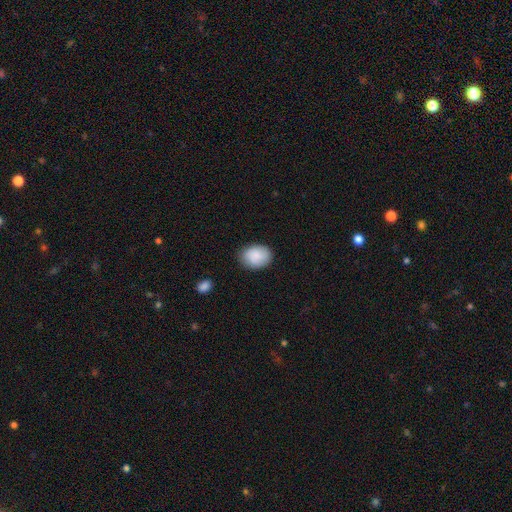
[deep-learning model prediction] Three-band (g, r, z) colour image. It shows a smooth galaxy with no disk features (88%) that is in between round and cigar-shaped (69%). Merging: none (83%).